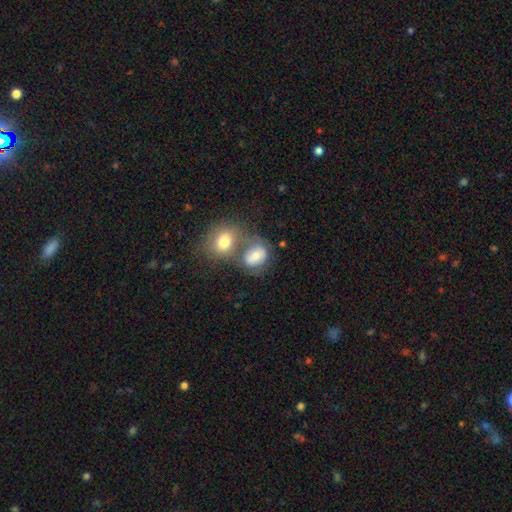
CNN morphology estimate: Smooth or featured? smooth (72%)
How rounded? in between (64%)
Merging? merger (53%)